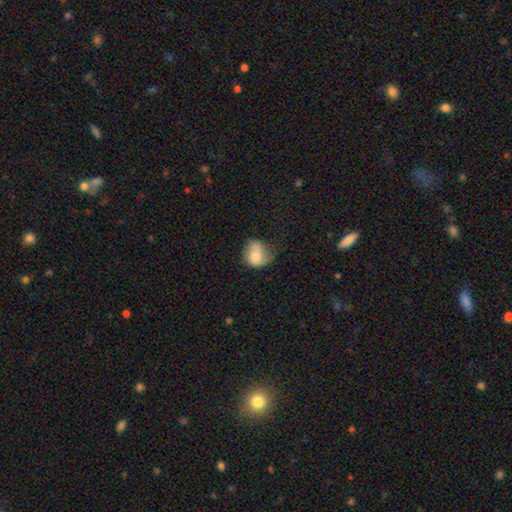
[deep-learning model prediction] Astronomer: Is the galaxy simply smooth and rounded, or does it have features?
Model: smooth — 66%.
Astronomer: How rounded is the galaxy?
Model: round — 62%.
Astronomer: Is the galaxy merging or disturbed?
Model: none — 38% (runner-up: minor disturbance, 36%).